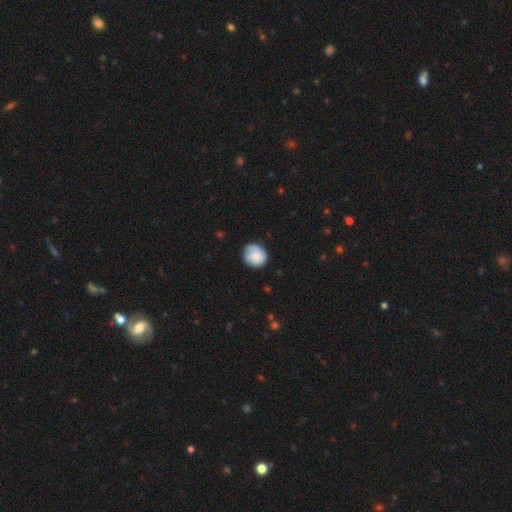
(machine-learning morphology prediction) A smooth galaxy with no disk features (67%) that is round (83%). Merging: none (72%).